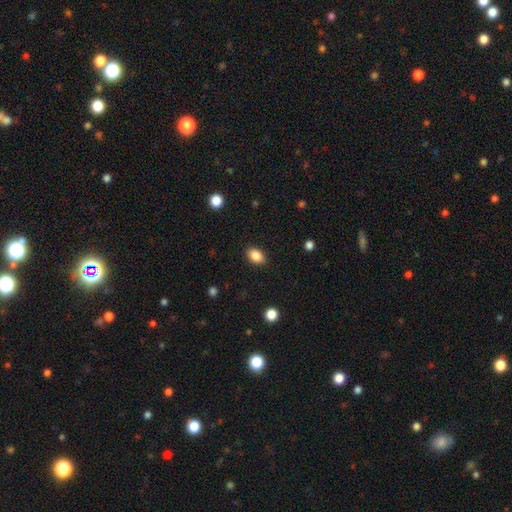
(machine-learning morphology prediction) Smooth or featured?
  - smooth: 87% *
  - star or artifact: 8%
  - featured or disk: 4%
How rounded?
  - in between: 84% *
  - round: 14%
  - cigar-shaped: 1%
Merging?
  - none: 88% *
  - minor disturbance: 8%
  - major disturbance: 2%
  - merger: 1%